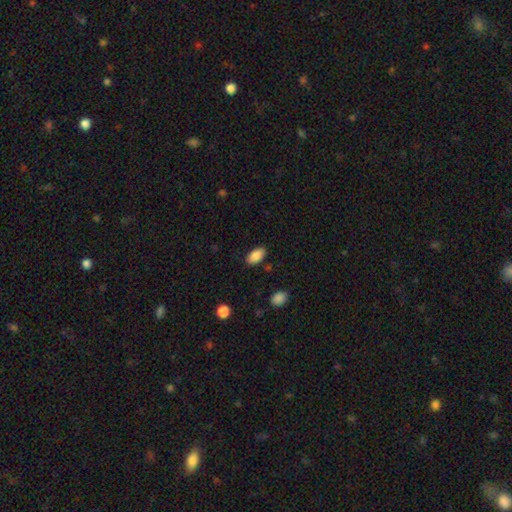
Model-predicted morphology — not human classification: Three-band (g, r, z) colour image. It shows a smooth galaxy with no disk features (86%) that is in between round and cigar-shaped (93%). Merging: none (85%).